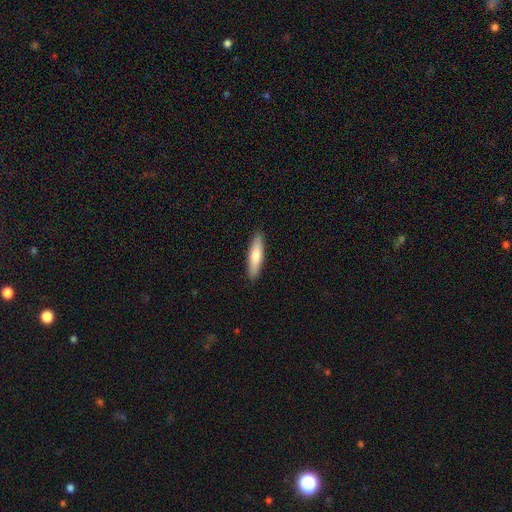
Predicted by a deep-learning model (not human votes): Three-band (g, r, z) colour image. It shows a smooth galaxy with no disk features (71%) that is cigar-shaped (77%). Merging: none (91%).